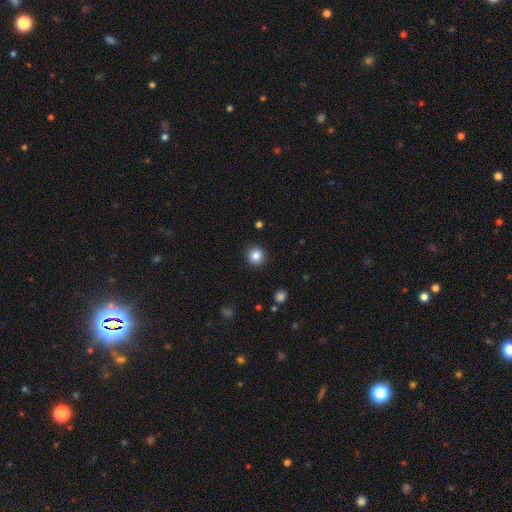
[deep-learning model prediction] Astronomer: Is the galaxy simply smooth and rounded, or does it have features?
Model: smooth — 85%.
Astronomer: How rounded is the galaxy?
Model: round — 93%.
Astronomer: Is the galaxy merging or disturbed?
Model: none — 91%.